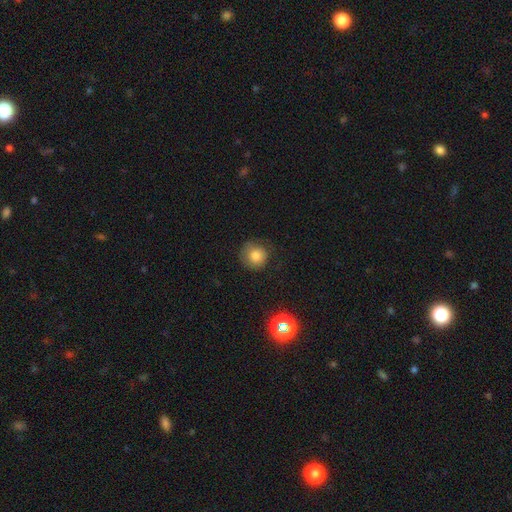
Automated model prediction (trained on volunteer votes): A smooth galaxy with no disk features (78%) that is round (92%).

Vote fractions:
- Smooth or featured? smooth: 78% / star or artifact: 12% / featured or disk: 10%
- How rounded? round: 92% / in between: 8% / cigar-shaped: 1%
- Merging? none: 76% / minor disturbance: 17% / major disturbance: 6% / merger: 1%